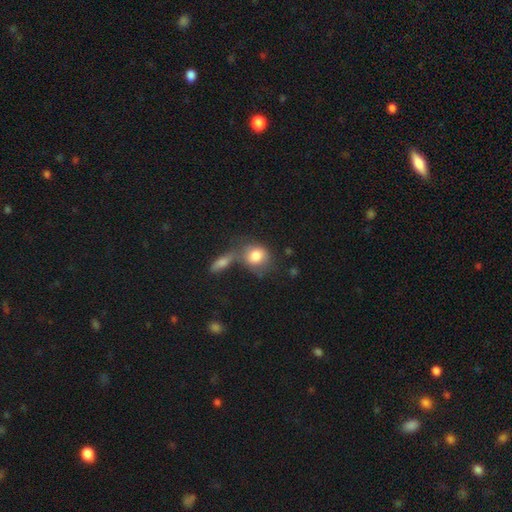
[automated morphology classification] This is likely a smooth galaxy (80%). How rounded: likely round (63%). Merging: marginally merger (39%).